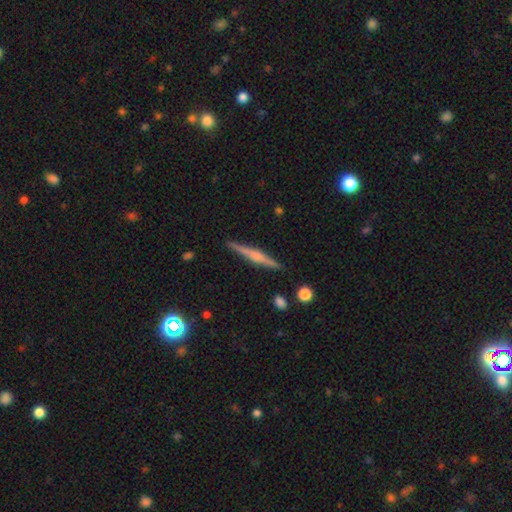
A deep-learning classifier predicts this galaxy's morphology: This appears to be a featured or disk galaxy (68%) viewed edge-on (98%) with a rounded central bulge (64%). Merging: none (91%).